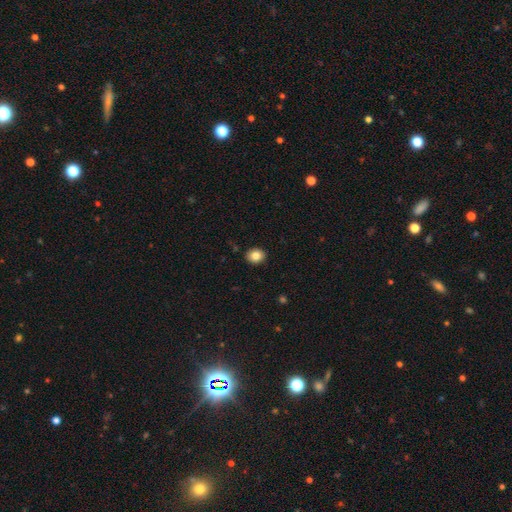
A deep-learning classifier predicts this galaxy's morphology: Smooth or featured: smooth — 84% (star or artifact — 9%)
How rounded: round — 64% (in between — 35%)
Merging: none — 91% (minor disturbance — 7%)